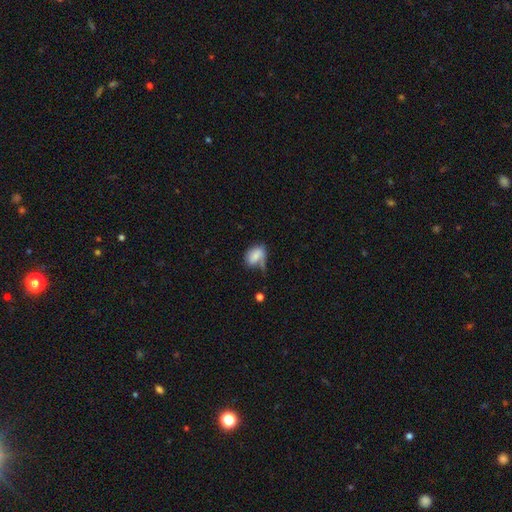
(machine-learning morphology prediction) This is likely a smooth galaxy (74%). How rounded: clearly in between (82%). Merging: marginally none (38%).